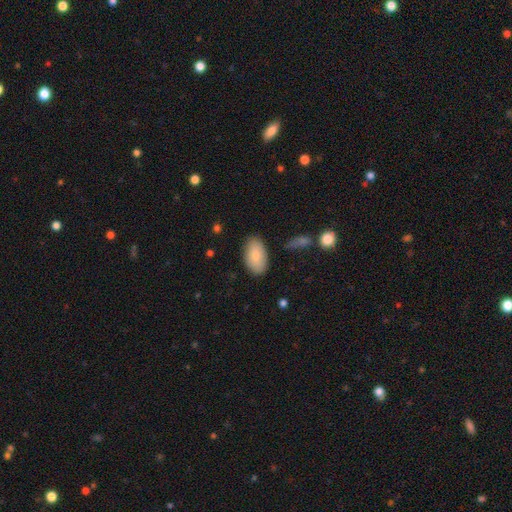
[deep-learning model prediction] Smooth or featured? Predicted: smooth (p=0.84). How rounded? Predicted: in between (p=0.95). Merging? Predicted: none (p=0.84).